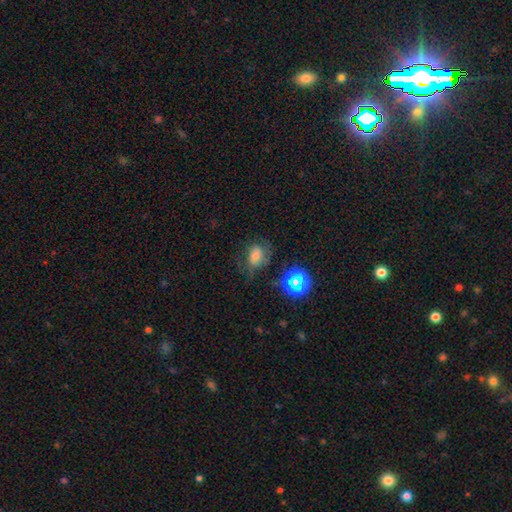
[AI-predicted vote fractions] smooth-or-featured: smooth: 58% | featured or disk: 23% | star or artifact: 19%
  how-rounded: in between: 64% | round: 35% | cigar-shaped: 2%
  merging: none: 54% | minor disturbance: 25% | major disturbance: 19% | merger: 3%